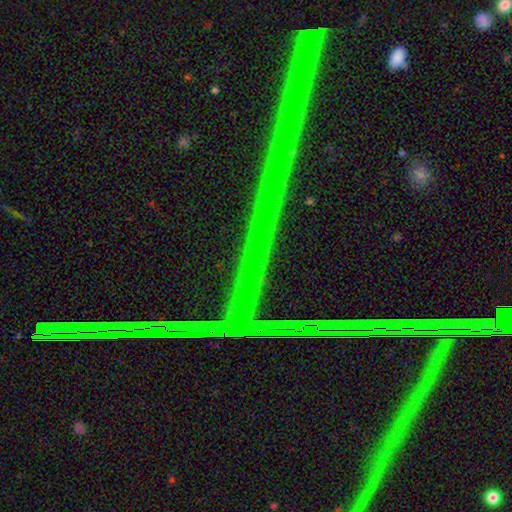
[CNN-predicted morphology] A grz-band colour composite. It shows a star or artifact, not a galaxy (83%).